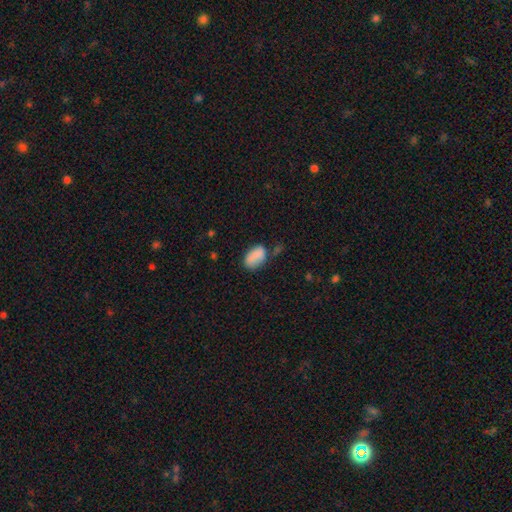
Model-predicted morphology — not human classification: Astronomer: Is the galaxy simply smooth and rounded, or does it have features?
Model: smooth — 83%.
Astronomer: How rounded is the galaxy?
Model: in between — 90%.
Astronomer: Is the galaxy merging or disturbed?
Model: none — 56%.